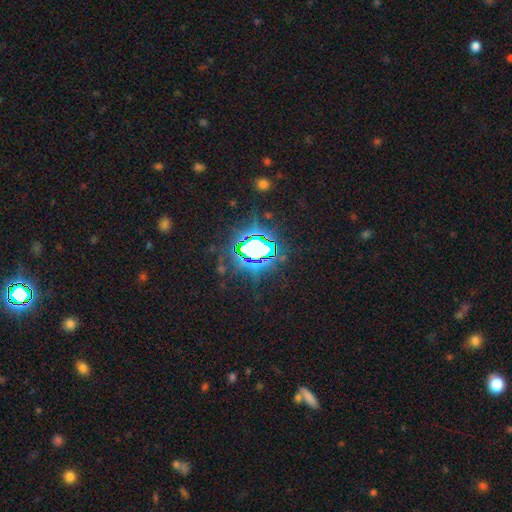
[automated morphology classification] The model was most divided on "smooth or featured": star or artifact: 80%, smooth: 12%, featured or disk: 8%.